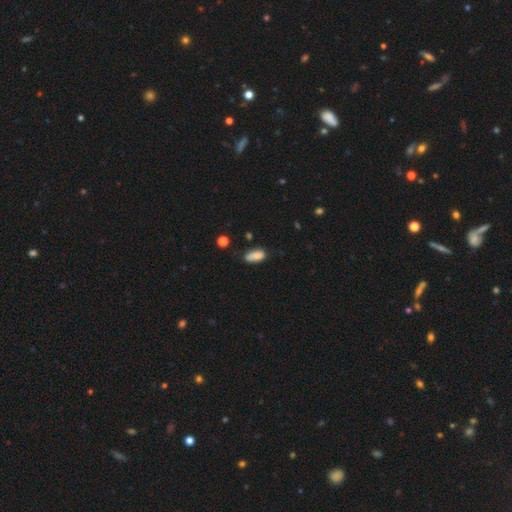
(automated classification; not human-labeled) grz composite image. It shows a smooth galaxy with no disk features (86%) that is in between round and cigar-shaped (85%). Merging: none (69%).